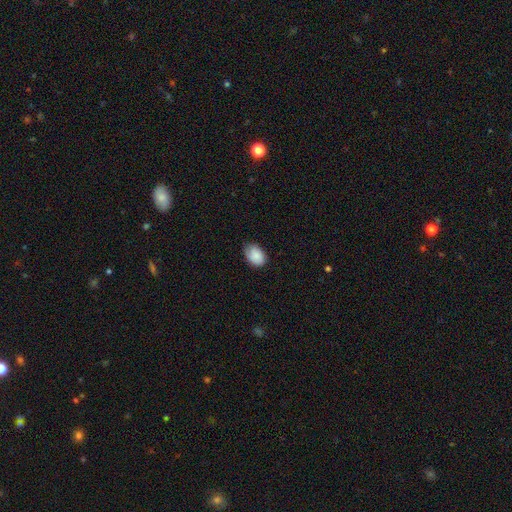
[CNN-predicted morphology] smooth 83%, featured or disk 11%, star or artifact 7%. Down the decision tree: how rounded — in between (81%); merging — none (71%).